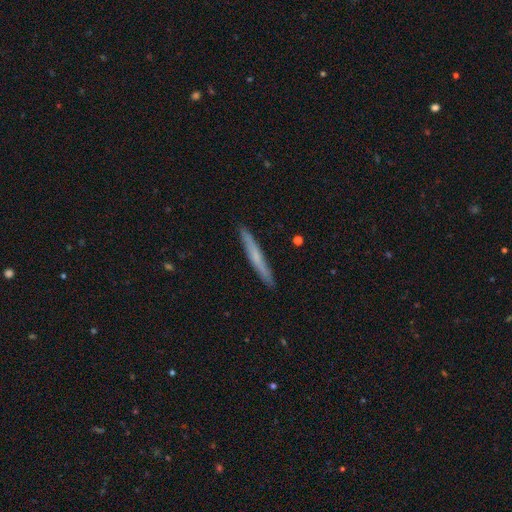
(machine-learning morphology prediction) Smooth or featured? smooth (55%)
How rounded? cigar-shaped (96%)
Merging? none (91%)